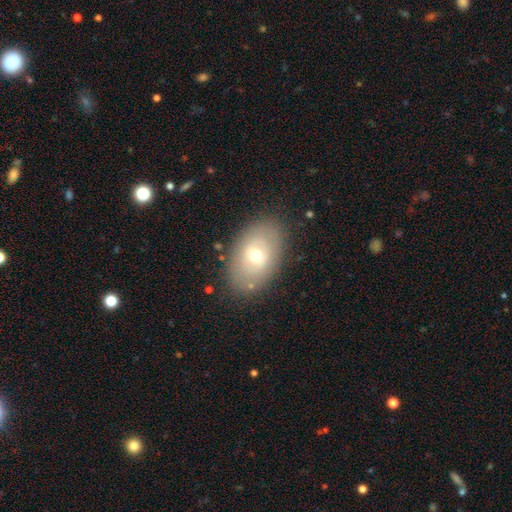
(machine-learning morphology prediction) Smooth or featured: smooth — 59% (featured or disk — 31%)
How rounded: in between — 87% (round — 12%)
Merging: none — 83% (minor disturbance — 11%)